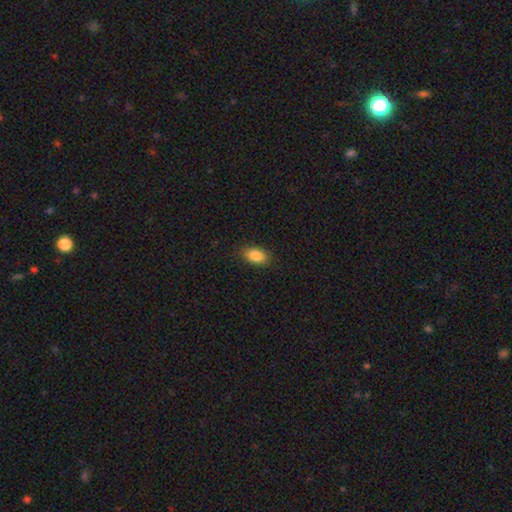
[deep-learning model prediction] Smooth or featured? smooth (87%)
How rounded? in between (90%)
Merging? none (87%)